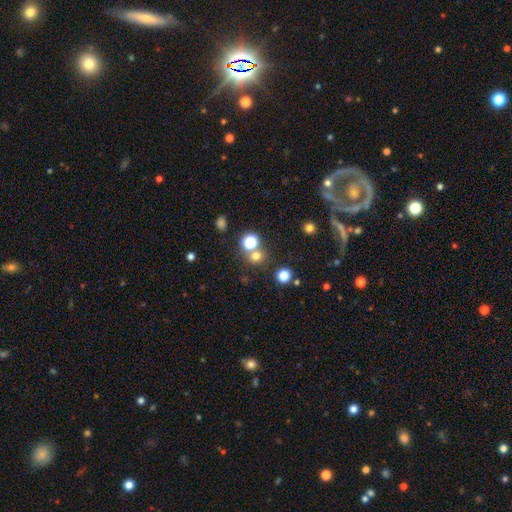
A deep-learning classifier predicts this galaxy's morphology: type=smooth (69%); roundness=round (87%); merging=none (68%).